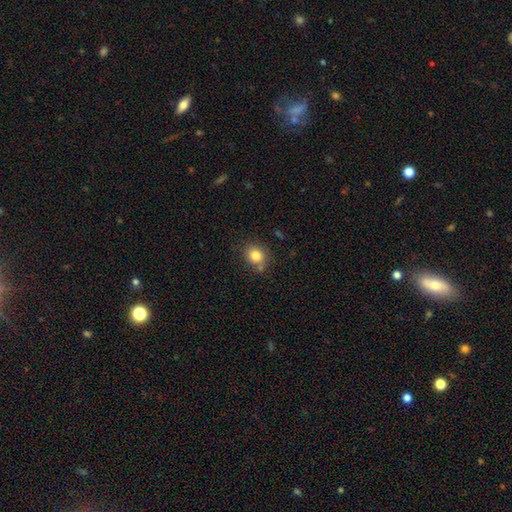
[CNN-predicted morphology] smooth 82%, star or artifact 11%, featured or disk 7%. Down the decision tree: how rounded — round (66%); merging — none (78%).